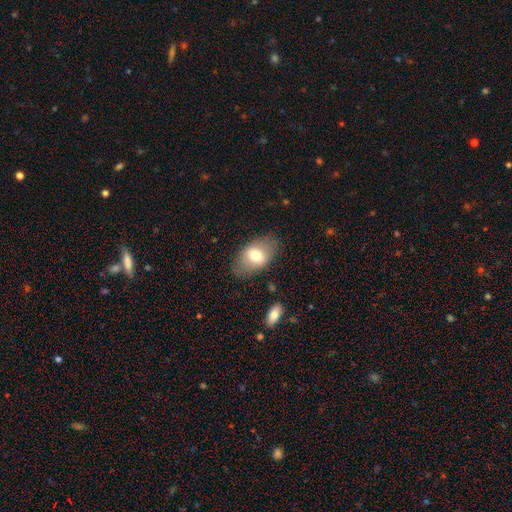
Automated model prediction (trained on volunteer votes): Overall: smooth (69%). How rounded: in between (88%). Merging: none (78%).